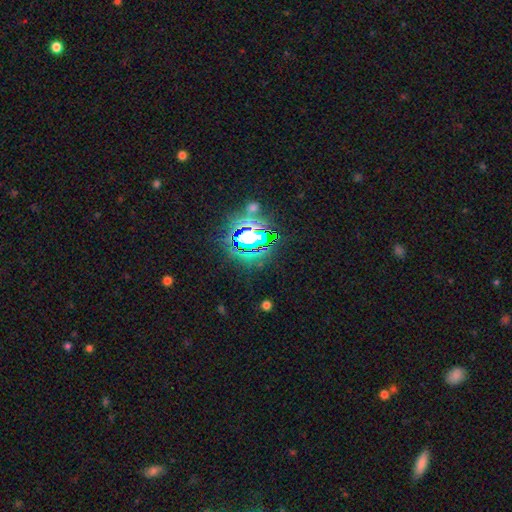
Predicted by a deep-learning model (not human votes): A star or artifact, not a galaxy (83%).

Vote fractions:
- Smooth or featured? star or artifact: 83% / smooth: 10% / featured or disk: 7%